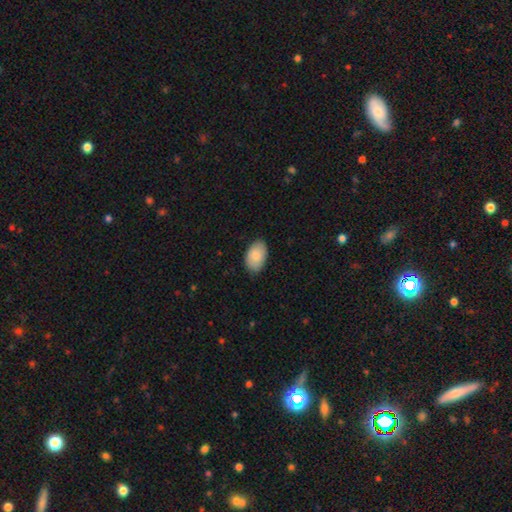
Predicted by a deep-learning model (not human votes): This appears to be a smooth galaxy with no disk features (85%) that is in between round and cigar-shaped (93%). Merging: none (83%).